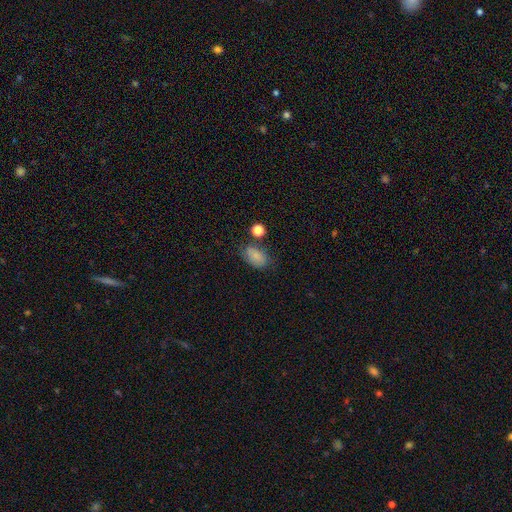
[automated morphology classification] A smooth galaxy with no disk features (81%) that is in between round and cigar-shaped (87%). Merging: none (65%).